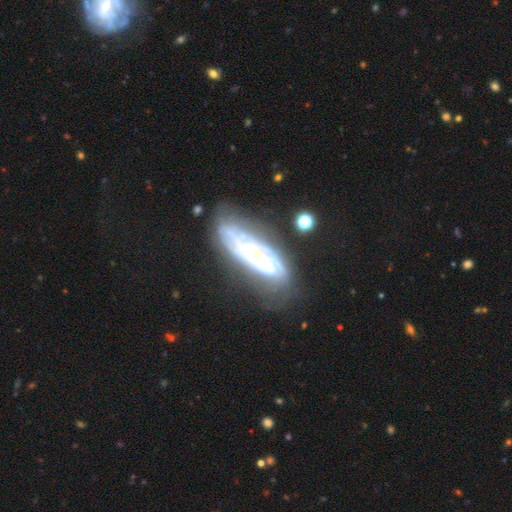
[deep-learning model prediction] Smooth or featured?
  - featured or disk: 73% *
  - smooth: 19%
  - star or artifact: 8%
Edge-on disk?
  - no: 81% *
  - yes: 19%
Bar?
  - no: 74% *
  - weak: 19%
  - strong: 7%
Spiral arms?
  - yes: 73% *
  - no: 27%
Bulge size?
  - small: 67% *
  - moderate: 22%
  - none: 7%
  - large: 3%
  - dominant: 2%
Merging?
  - none: 61% *
  - minor disturbance: 22%
  - major disturbance: 12%
  - merger: 5%